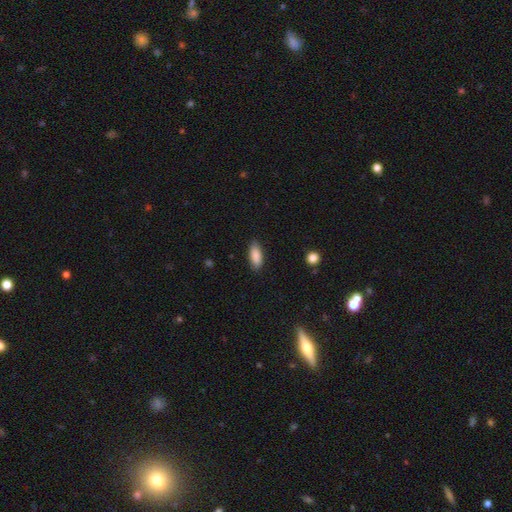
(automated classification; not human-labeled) Smooth or featured? smooth (88%)
How rounded? in between (79%)
Merging? none (82%)